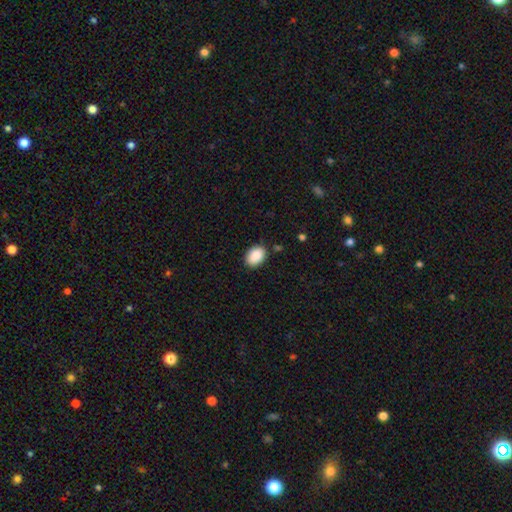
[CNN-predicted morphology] Smooth or featured: smooth — 90% (star or artifact — 7%)
How rounded: in between — 82% (round — 17%)
Merging: none — 85% (minor disturbance — 11%)